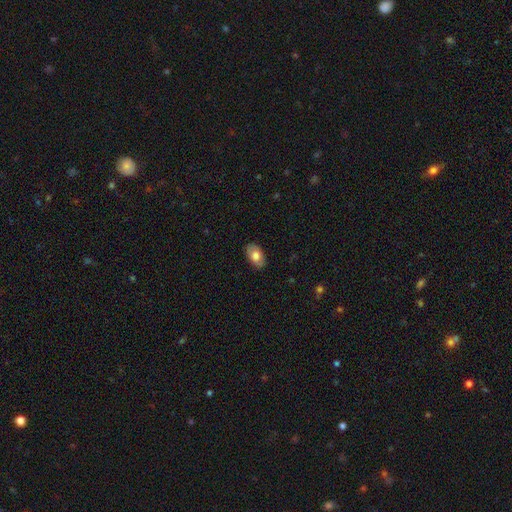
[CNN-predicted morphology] Smooth or featured?
  - smooth: 77% *
  - featured or disk: 16%
  - star or artifact: 7%
How rounded?
  - in between: 93% *
  - round: 6%
  - cigar-shaped: 1%
Merging?
  - none: 86% *
  - minor disturbance: 11%
  - major disturbance: 2%
  - merger: 1%